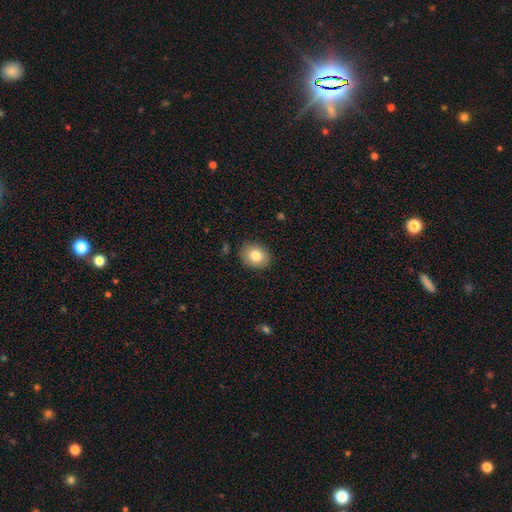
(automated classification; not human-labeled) This is clearly a smooth galaxy (82%). How rounded: possibly round (54%). Merging: clearly none (88%).